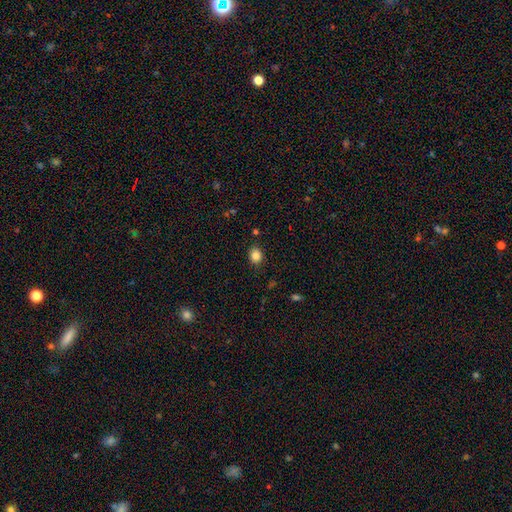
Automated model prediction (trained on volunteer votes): Q: Smooth or featured?
A: smooth (85%); runner-up: star or artifact (10%)
Q: How rounded?
A: round (55%); runner-up: in between (44%)
Q: Merging?
A: none (87%); runner-up: minor disturbance (9%)